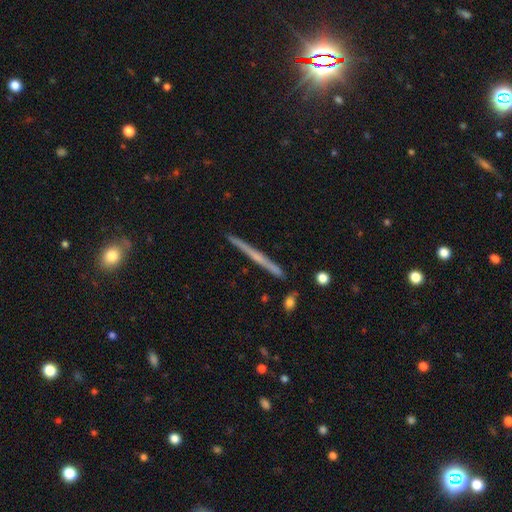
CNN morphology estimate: This appears to be a featured or disk galaxy (61%) viewed edge-on (98%) with no central bulge (73%). Merging: none (91%).